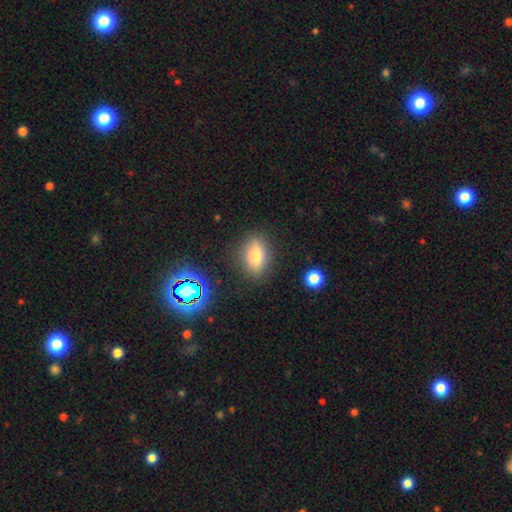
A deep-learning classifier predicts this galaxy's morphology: smooth 65%, featured or disk 23%, star or artifact 12%. Down the decision tree: how rounded — in between (76%); merging — none (84%).